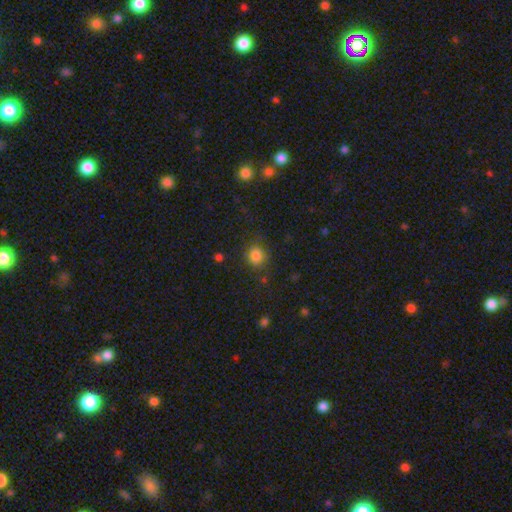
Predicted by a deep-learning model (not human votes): Overall: smooth (81%). How rounded: round (82%). Merging: none (78%).